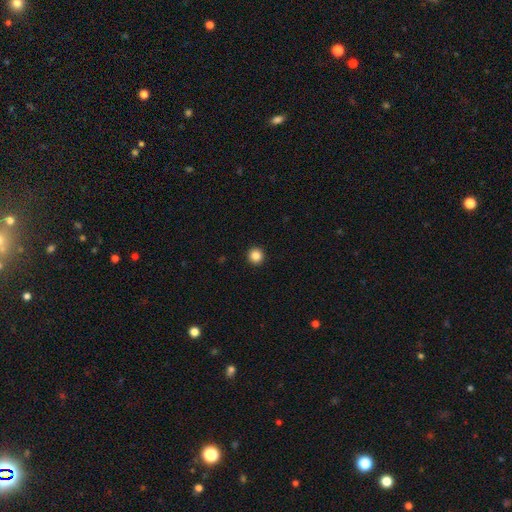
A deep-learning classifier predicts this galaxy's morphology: This appears to be a smooth galaxy with no disk features (86%) that is round (96%). Merging: none (94%).